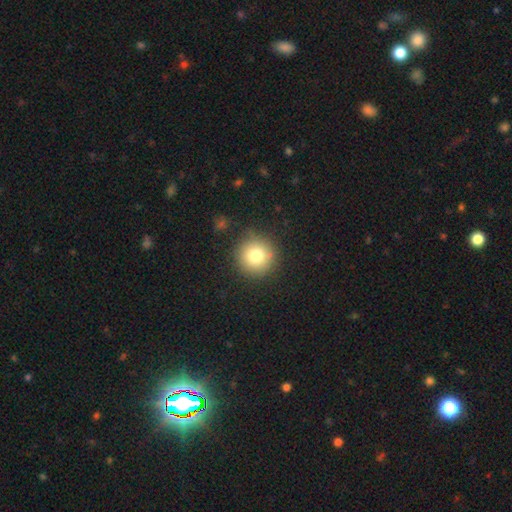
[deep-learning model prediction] Q: Smooth or featured?
A: smooth (78%); runner-up: star or artifact (12%)
Q: How rounded?
A: round (95%); runner-up: in between (4%)
Q: Merging?
A: none (85%); runner-up: minor disturbance (10%)